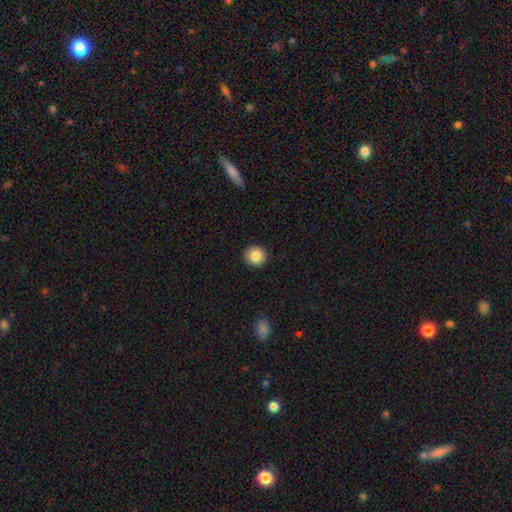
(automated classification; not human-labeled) Smooth or featured? smooth (85%)
How rounded? round (94%)
Merging? none (93%)